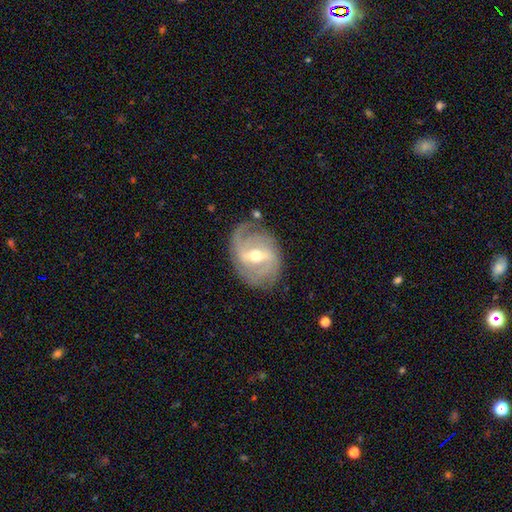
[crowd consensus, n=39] smooth_or_featured: featured or disk (p=0.85) [alt: smooth p=0.15]
disk_edge_on: no (p=0.94) [alt: yes p=0.06]
bar: strong (p=0.48) [alt: weak p=0.39]
has_spiral_arms: yes (p=0.90) [alt: no p=0.10]
spiral_winding: tight (p=0.43) [alt: medium p=0.39]
spiral_arm_count: 2 (p=0.50) [alt: can't tell p=0.29]
bulge_size: moderate (p=0.71) [alt: small p=0.26]
merging: none (p=0.79) [alt: minor disturbance p=0.15]